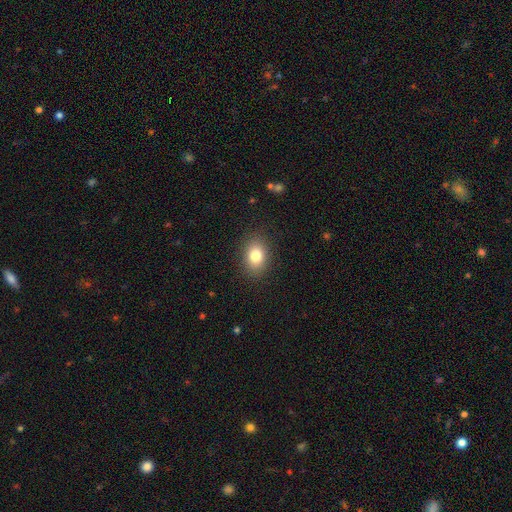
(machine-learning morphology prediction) This is clearly a smooth galaxy (81%). How rounded: likely in between (73%). Merging: clearly none (87%).